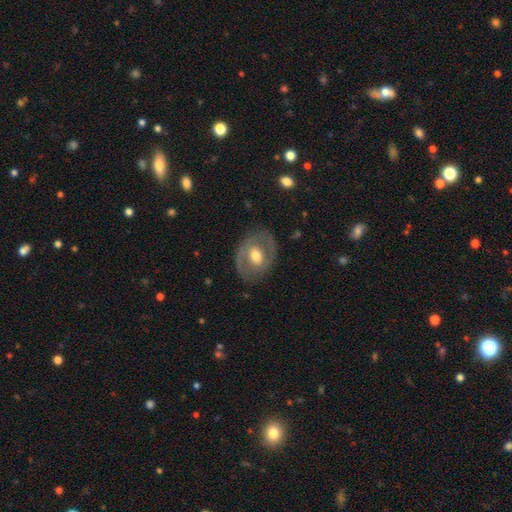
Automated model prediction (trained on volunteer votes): A featured or disk galaxy (60%) with no bar (55%), no spiral arms (55%) and a moderate central bulge (69%).

Vote fractions:
- Smooth or featured? featured or disk: 60% / smooth: 34% / star or artifact: 6%
- Edge-on disk? no: 95% / yes: 5%
- Bar? no: 55% / weak: 32% / strong: 13%
- Spiral arms? no: 55% / yes: 45%
- Bulge size? moderate: 69% / large: 17% / small: 11% / dominant: 1% / none: 1%
- Merging? none: 78% / minor disturbance: 14% / major disturbance: 7% / merger: 1%